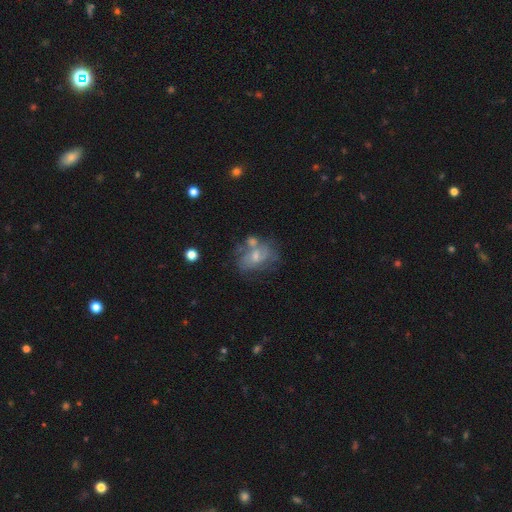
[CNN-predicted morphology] Overall: featured or disk (60%; smooth 30%). Edge-on disk: no (97%). Bar: no (64%; weak 31%). Spiral arms: yes (58%; no 42%). Bulge size: small (51%; moderate 39%). Merging: none (35%; merger 26%).